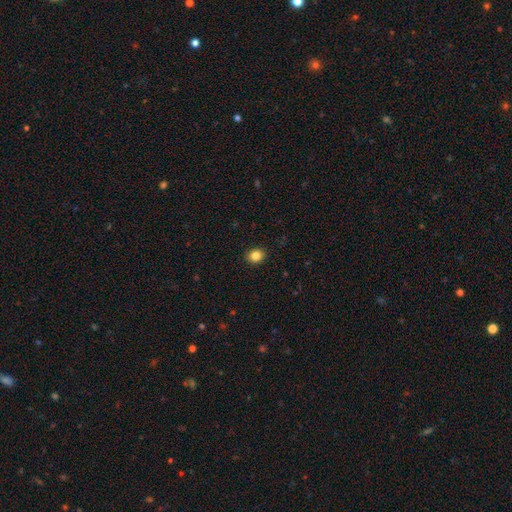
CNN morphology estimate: smooth_or_featured: smooth (p=0.84) [alt: star or artifact p=0.11]
how_rounded: round (p=0.61) [alt: in between p=0.38]
merging: none (p=0.91) [alt: minor disturbance p=0.06]